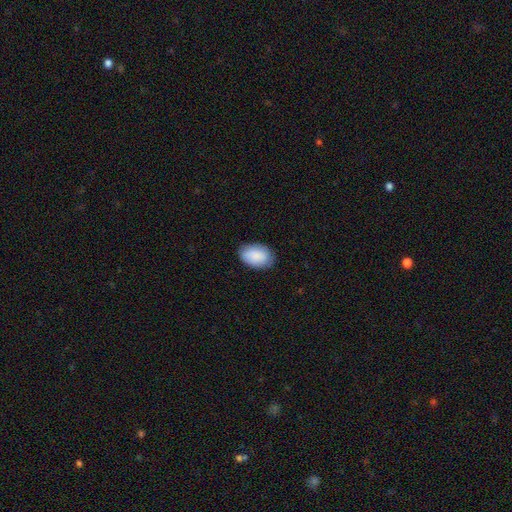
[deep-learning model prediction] smooth-or-featured: smooth: 88% | featured or disk: 6% | star or artifact: 6%
  how-rounded: in between: 87% | round: 11% | cigar-shaped: 1%
  merging: none: 80% | minor disturbance: 16% | major disturbance: 3% | merger: 1%